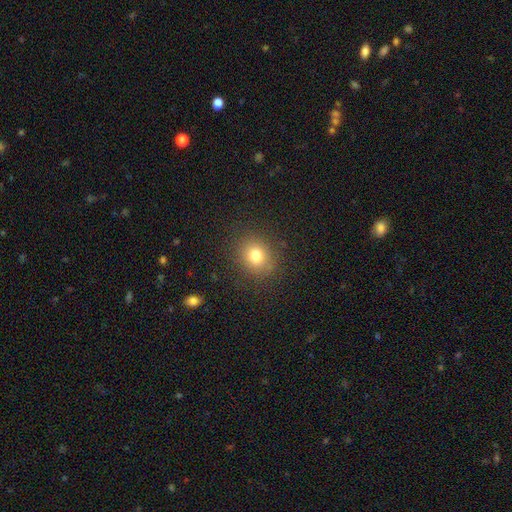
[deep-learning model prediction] Q: Smooth or featured?
A: smooth (77%); runner-up: star or artifact (14%)
Q: How rounded?
A: round (77%); runner-up: in between (22%)
Q: Merging?
A: none (87%); runner-up: minor disturbance (8%)